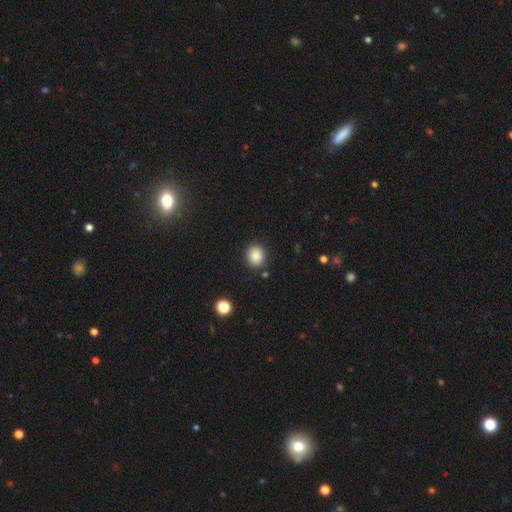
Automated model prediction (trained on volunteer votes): smooth-or-featured: smooth: 87% | star or artifact: 9% | featured or disk: 4%
  how-rounded: round: 69% | in between: 30% | cigar-shaped: 1%
  merging: none: 87% | minor disturbance: 8% | major disturbance: 3% | merger: 2%